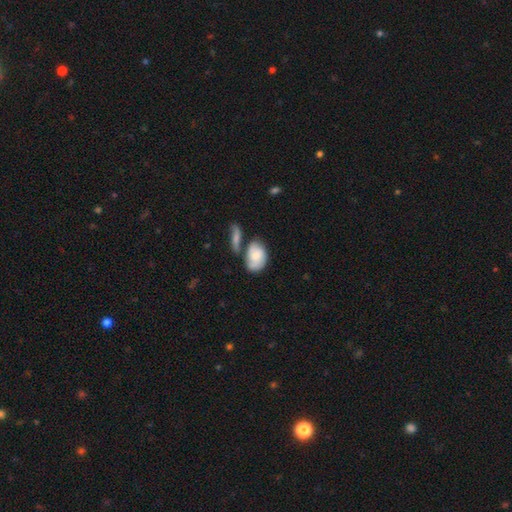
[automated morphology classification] A smooth galaxy with no disk features (60%) that is in between round and cigar-shaped (83%). Merging: none (38%).